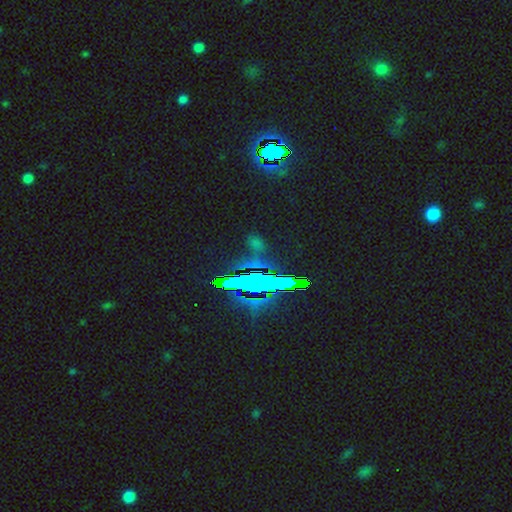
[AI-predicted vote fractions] This appears to be a star or artifact, not a galaxy (80%).